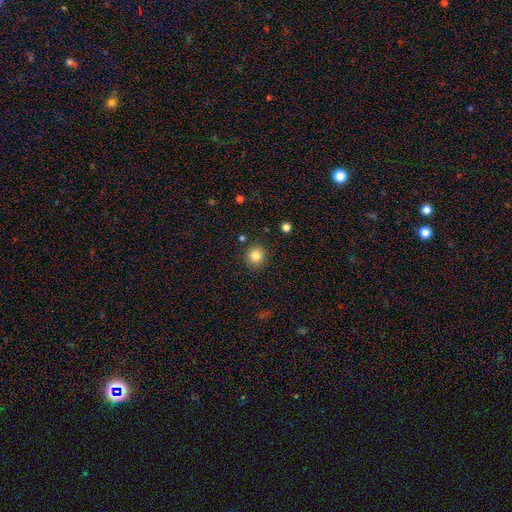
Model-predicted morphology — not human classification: A smooth galaxy with no disk features (84%) that is round (91%). Merging: none (89%).